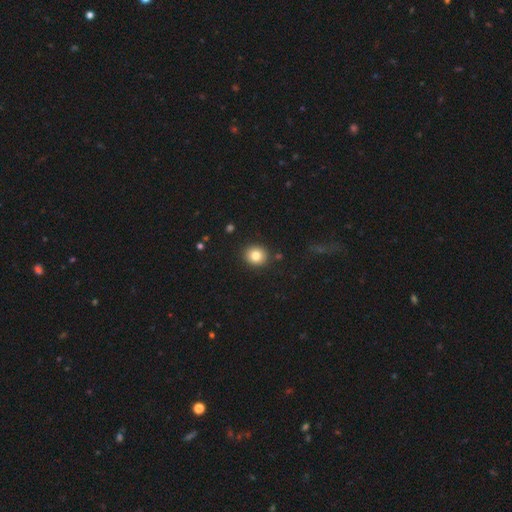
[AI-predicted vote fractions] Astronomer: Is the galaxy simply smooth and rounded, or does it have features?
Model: smooth — 81%.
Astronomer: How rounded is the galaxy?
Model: round — 83%.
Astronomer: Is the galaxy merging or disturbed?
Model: none — 90%.